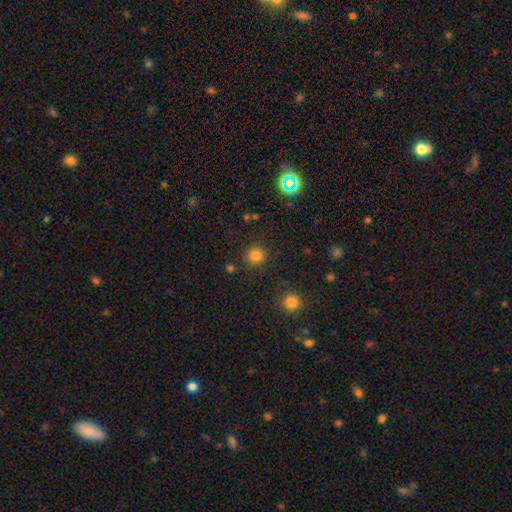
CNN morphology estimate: smooth-or-featured: smooth: 81% | star or artifact: 14% | featured or disk: 5%
  how-rounded: round: 91% | in between: 8% | cigar-shaped: 1%
  merging: none: 86% | minor disturbance: 7% | major disturbance: 3% | merger: 3%